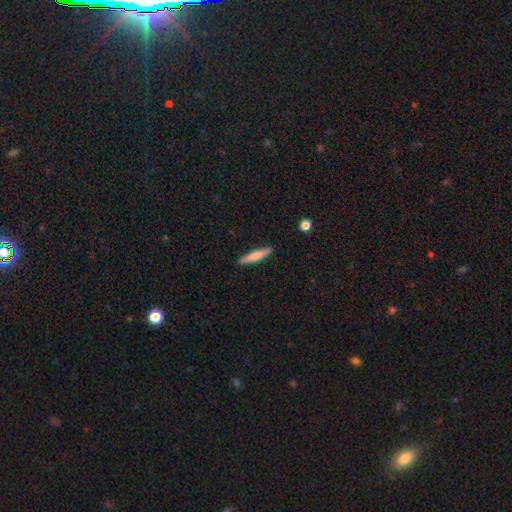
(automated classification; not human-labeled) A smooth galaxy with no disk features (69%) that is cigar-shaped (89%). Merging: none (90%).